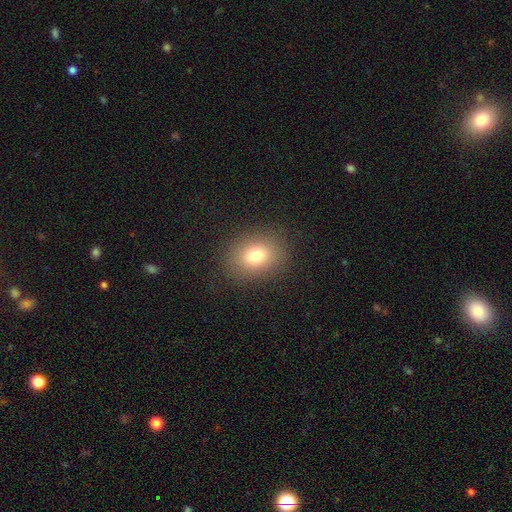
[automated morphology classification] type=smooth (77%); roundness=in between (56%); merging=none (86%).